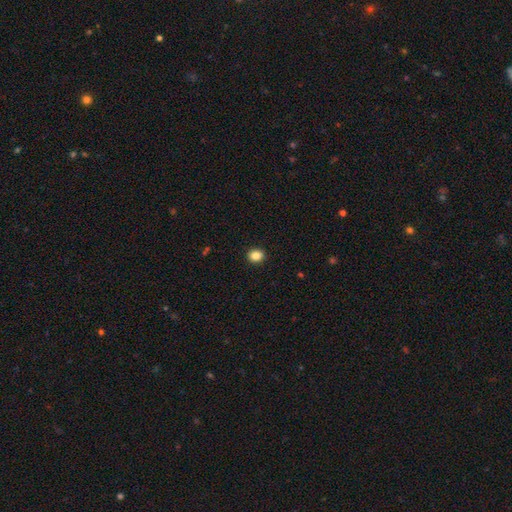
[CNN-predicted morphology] type=smooth (86%); roundness=round (69%); merging=none (92%).